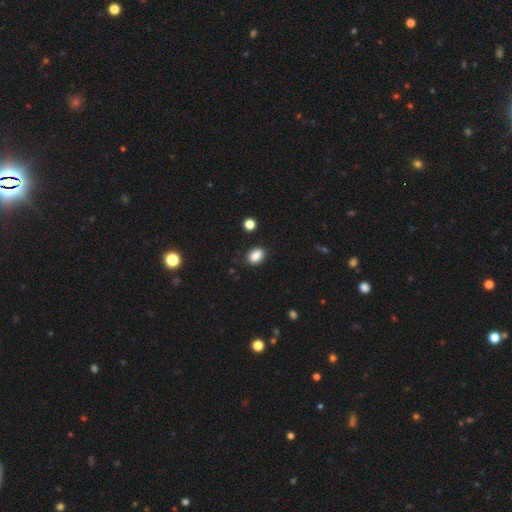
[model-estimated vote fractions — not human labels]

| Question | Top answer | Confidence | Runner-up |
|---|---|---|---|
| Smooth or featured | smooth | 86% | star or artifact (9%) |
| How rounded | in between | 77% | round (21%) |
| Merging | none | 84% | minor disturbance (11%) |